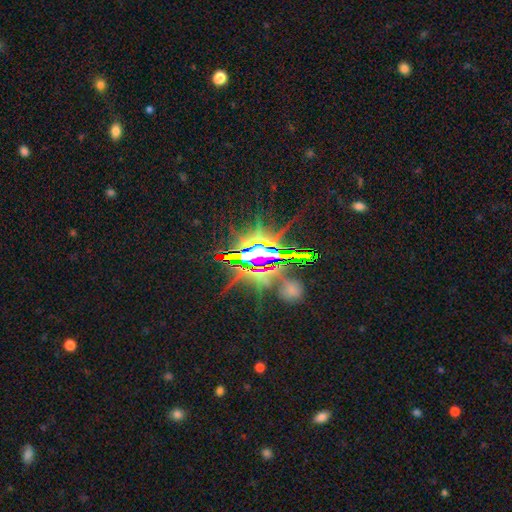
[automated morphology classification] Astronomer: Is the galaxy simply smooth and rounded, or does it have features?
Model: star or artifact — 83%.